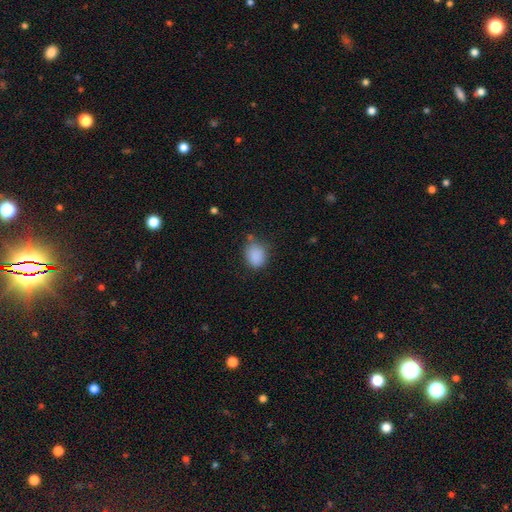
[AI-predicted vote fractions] smooth-or-featured: smooth: 87% | star or artifact: 9% | featured or disk: 4%
  how-rounded: in between: 55% | round: 44% | cigar-shaped: 1%
  merging: none: 69% | minor disturbance: 22% | major disturbance: 6% | merger: 3%